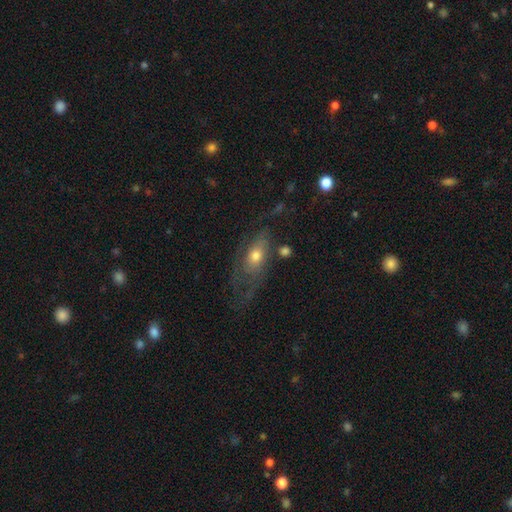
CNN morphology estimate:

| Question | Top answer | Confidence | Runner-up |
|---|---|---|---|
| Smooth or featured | featured or disk | 47% | smooth (44%) |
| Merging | none | 42% | major disturbance (30%) |